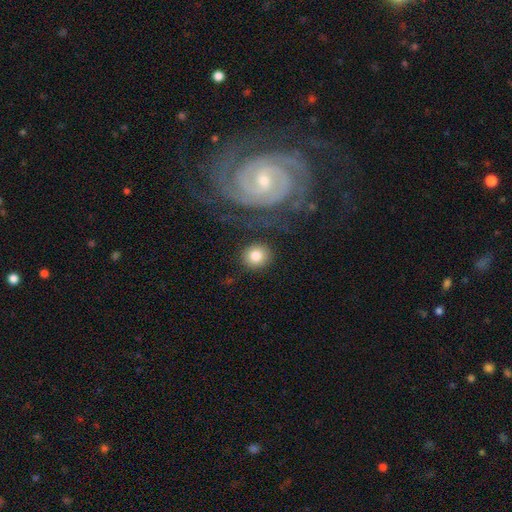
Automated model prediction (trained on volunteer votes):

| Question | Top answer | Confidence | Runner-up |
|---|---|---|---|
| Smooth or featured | smooth | 81% | featured or disk (12%) |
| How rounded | round | 85% | in between (14%) |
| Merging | none | 81% | minor disturbance (9%) |